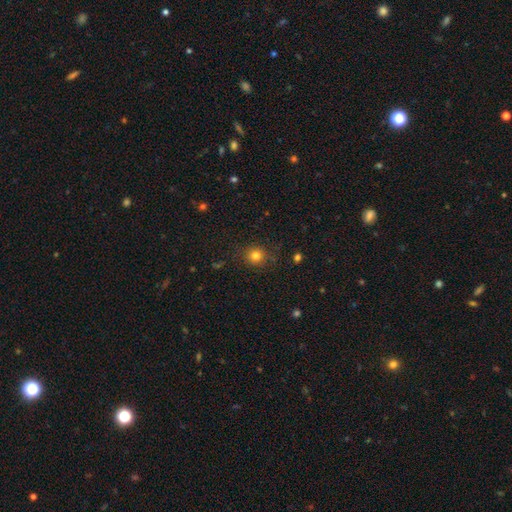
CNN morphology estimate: Smooth or featured? smooth (80%)
How rounded? round (89%)
Merging? none (86%)